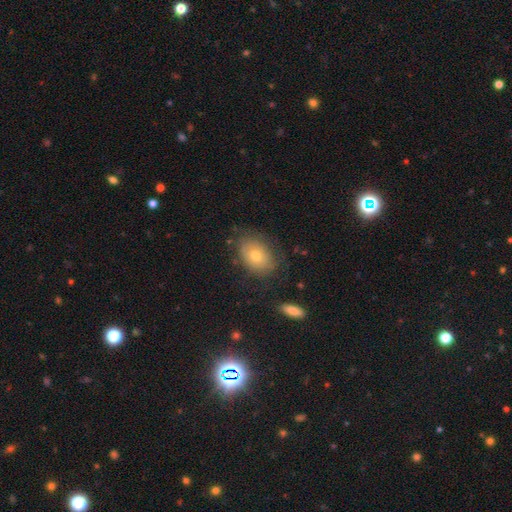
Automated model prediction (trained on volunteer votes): Q: Smooth or featured?
A: smooth (63%); runner-up: featured or disk (27%)
Q: How rounded?
A: in between (77%); runner-up: round (21%)
Q: Merging?
A: none (73%); runner-up: minor disturbance (19%)